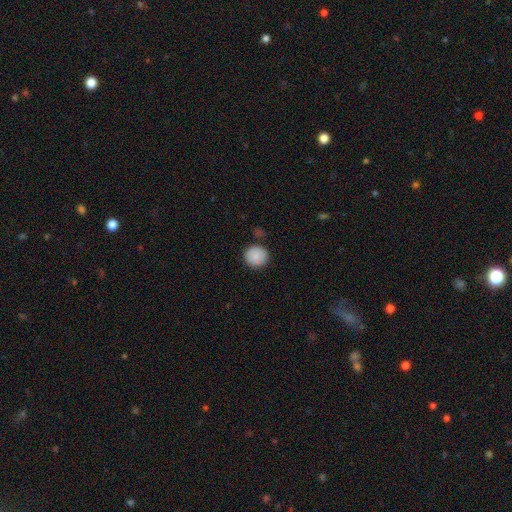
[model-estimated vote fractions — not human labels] This is clearly a smooth galaxy (86%). How rounded: clearly round (92%). Merging: clearly none (84%).